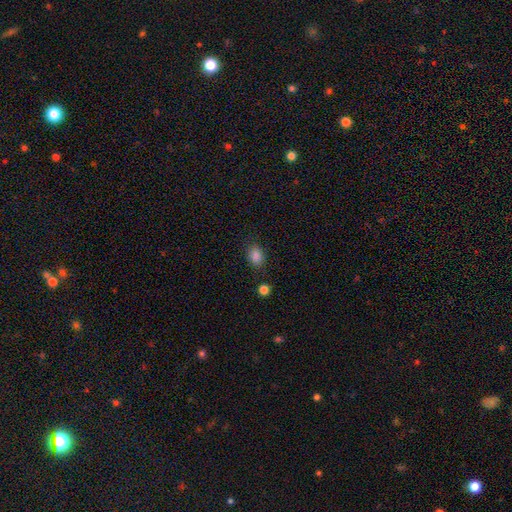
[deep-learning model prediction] Morphology: type=smooth (86%); roundness=in between (75%); merging=none (83%).